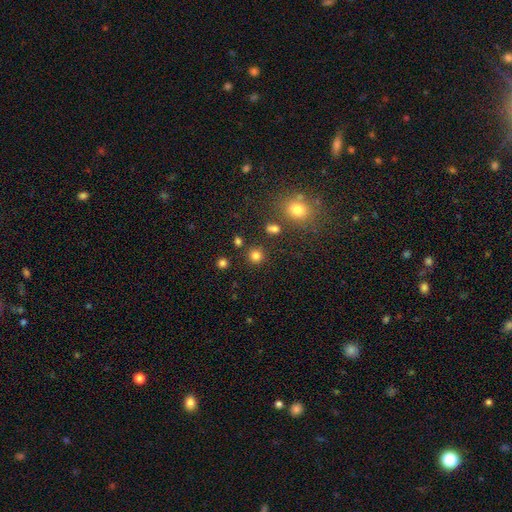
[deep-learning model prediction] Smooth or featured: smooth — 80% (star or artifact — 15%)
How rounded: round — 92% (in between — 7%)
Merging: none — 86% (minor disturbance — 7%)